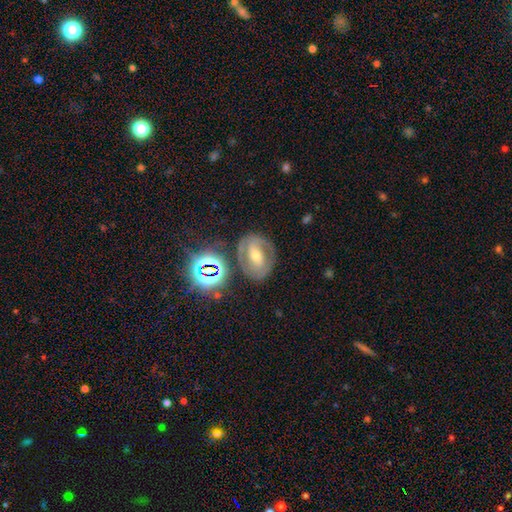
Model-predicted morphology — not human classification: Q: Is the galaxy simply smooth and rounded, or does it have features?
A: featured or disk — 63%.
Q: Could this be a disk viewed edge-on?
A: no — 94%.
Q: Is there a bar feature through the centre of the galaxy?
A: strong — 37%.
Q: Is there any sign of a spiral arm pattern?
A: yes — 59%.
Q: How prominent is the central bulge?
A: moderate — 58%.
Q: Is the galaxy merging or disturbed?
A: none — 72%.